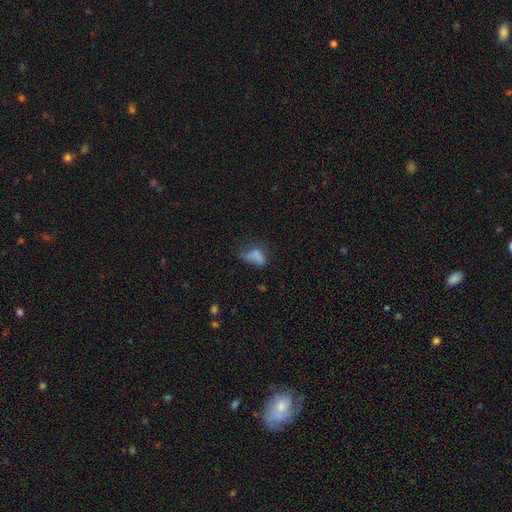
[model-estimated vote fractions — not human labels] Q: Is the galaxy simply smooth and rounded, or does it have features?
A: smooth — 69%.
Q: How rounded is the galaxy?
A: in between — 84%.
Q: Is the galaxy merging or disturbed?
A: major disturbance — 38%.